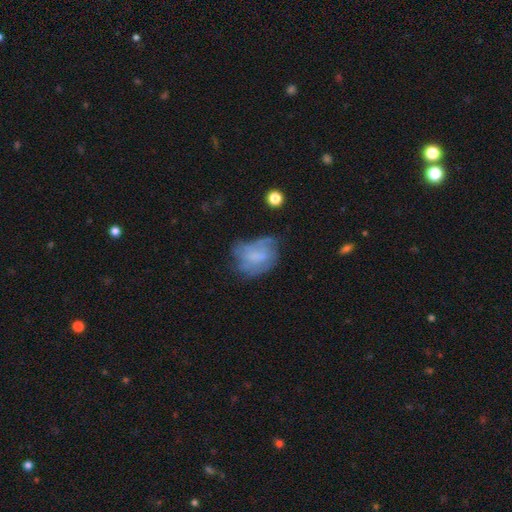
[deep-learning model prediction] Morphology: type=featured or disk (49%); merging=none (41%).